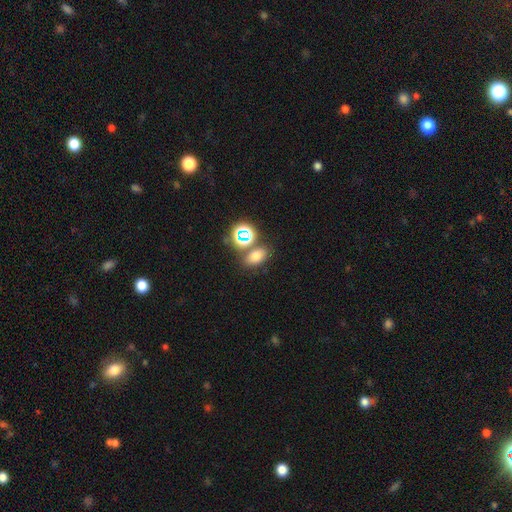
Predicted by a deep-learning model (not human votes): A smooth galaxy with no disk features (68%) that is in between round and cigar-shaped (75%).

Vote fractions:
- Smooth or featured? smooth: 68% / star or artifact: 23% / featured or disk: 9%
- How rounded? in between: 75% / round: 23% / cigar-shaped: 2%
- Merging? none: 68% / merger: 18% / minor disturbance: 11% / major disturbance: 4%